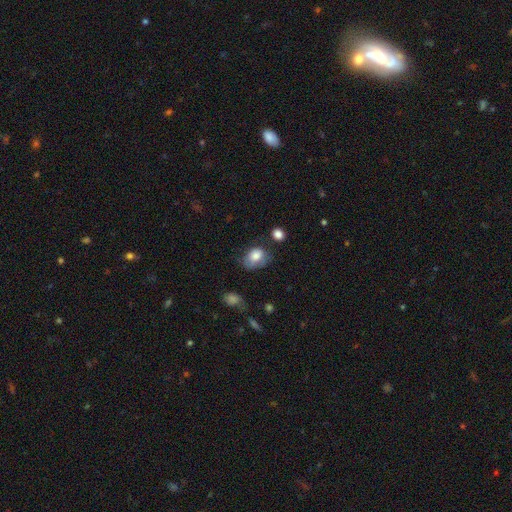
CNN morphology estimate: Smooth or featured? smooth (75%)
How rounded? in between (69%)
Merging? none (41%)